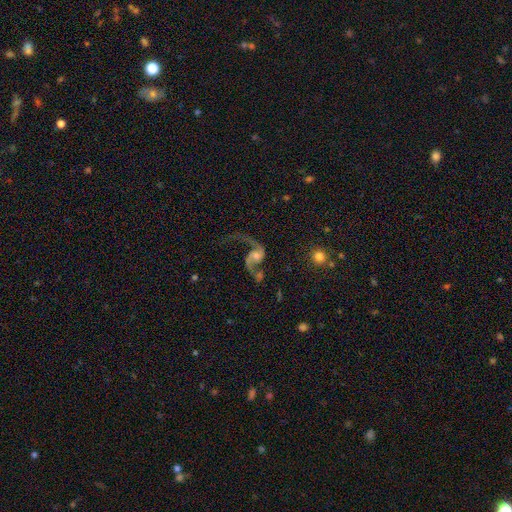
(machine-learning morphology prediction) The model was most divided on "bulge size": moderate: 42%, small: 35%, none: 11%, large: 10%, dominant: 2%. Remaining: edge-on disk — no (98%); spiral arms — yes (96%); smooth or featured — featured or disk (88%); spiral arm count — 2 (88%); spiral winding — loose (78%); bar — no (57%); merging — none (46%).